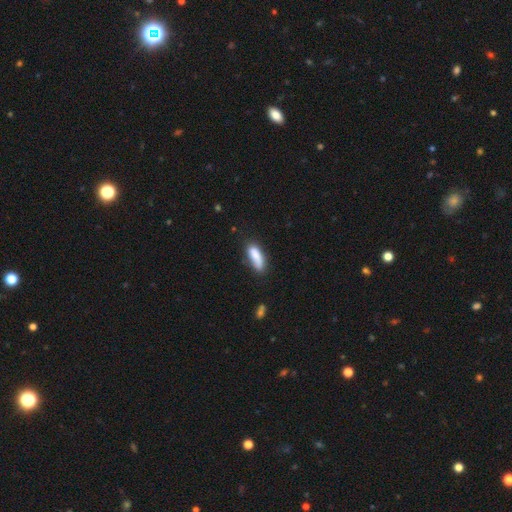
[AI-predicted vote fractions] This is clearly a smooth galaxy (84%). How rounded: likely in between (62%). Merging: likely none (63%).